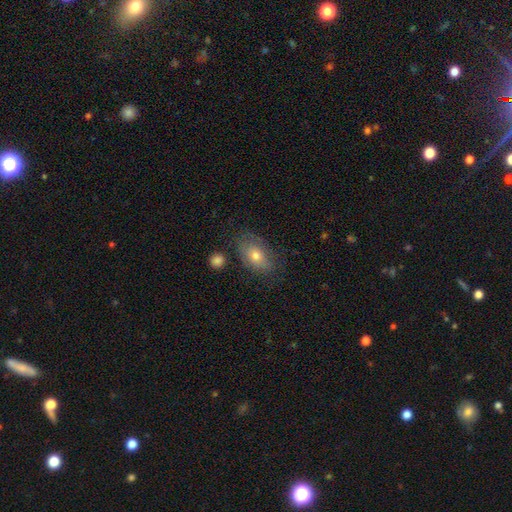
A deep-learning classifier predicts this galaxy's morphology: This appears to be a smooth galaxy with no disk features (68%) that is in between round and cigar-shaped (87%). Merging: none (70%).